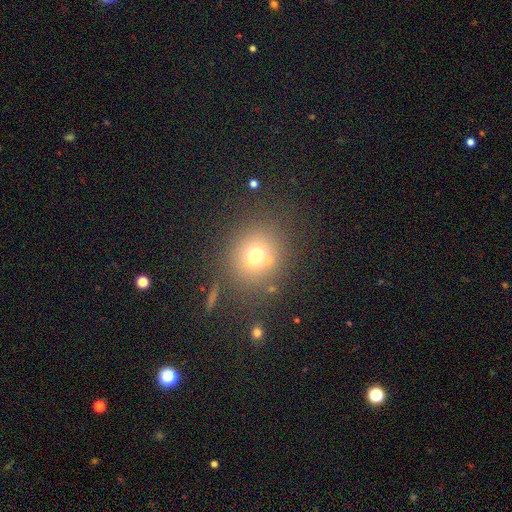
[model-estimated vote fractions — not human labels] Morphology: type=smooth (67%); roundness=round (80%); merging=none (74%).